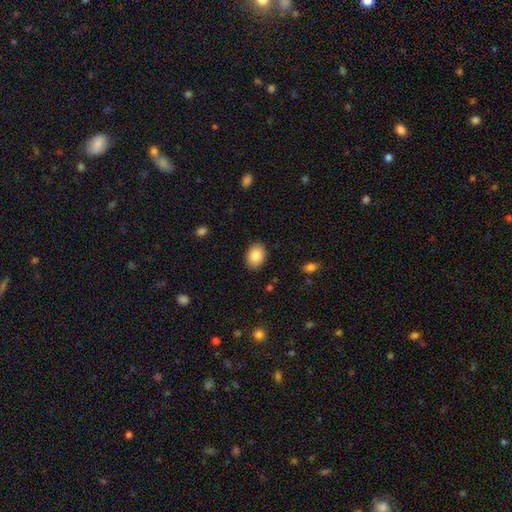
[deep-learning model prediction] This appears to be a smooth galaxy with no disk features (84%) that is in between round and cigar-shaped (69%). Merging: none (89%).